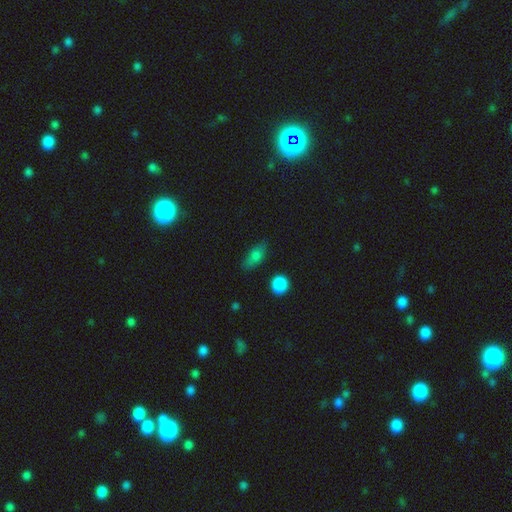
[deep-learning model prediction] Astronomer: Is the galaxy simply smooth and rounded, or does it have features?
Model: smooth — 78%.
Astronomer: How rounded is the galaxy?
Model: in between — 80%.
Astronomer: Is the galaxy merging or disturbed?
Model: none — 71%.